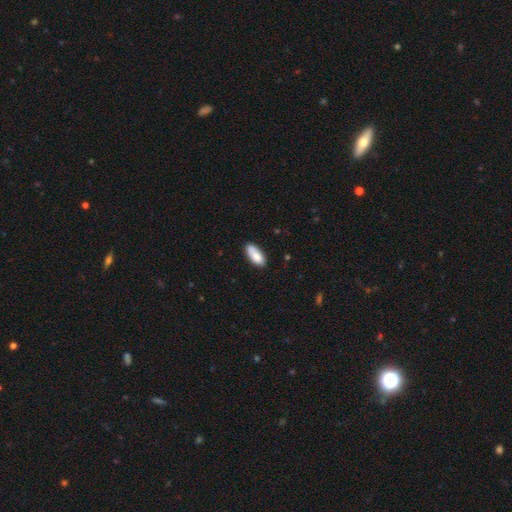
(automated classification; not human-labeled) smooth_or_featured: smooth (p=0.80) [alt: featured or disk p=0.14]
how_rounded: in between (p=0.86) [alt: cigar-shaped p=0.12]
merging: none (p=0.68) [alt: minor disturbance p=0.20]